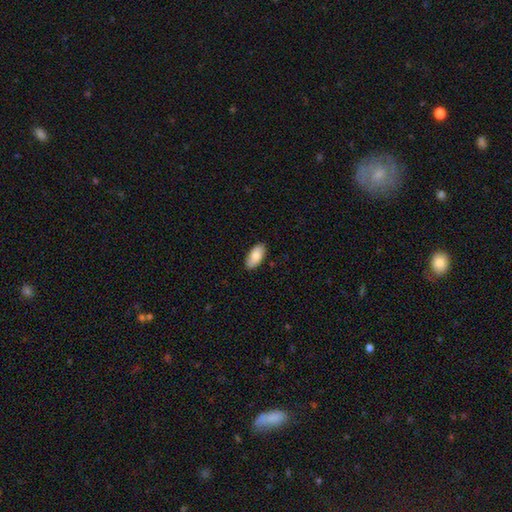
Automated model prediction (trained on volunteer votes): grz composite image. It shows a smooth galaxy with no disk features (84%) that is in between round and cigar-shaped (93%). Merging: none (86%).